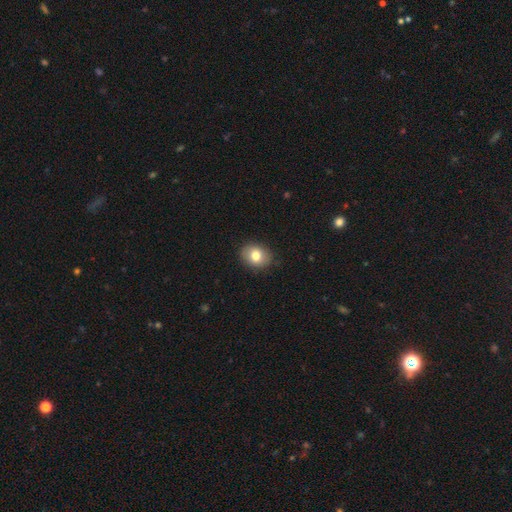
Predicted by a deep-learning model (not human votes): A smooth galaxy with no disk features (79%) that is round (55%). Merging: none (88%).